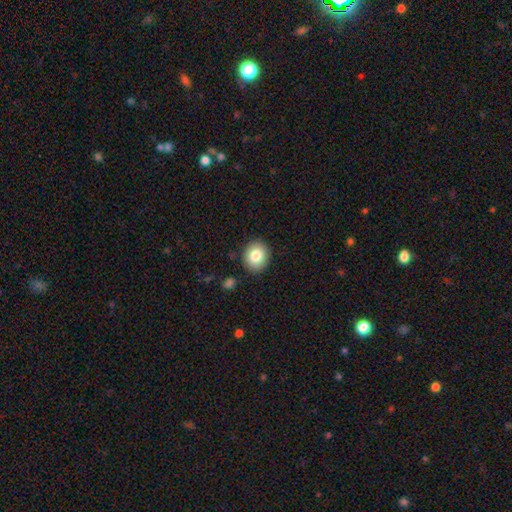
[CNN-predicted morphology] This is clearly a smooth galaxy (83%). How rounded: likely round (68%). Merging: clearly none (89%).